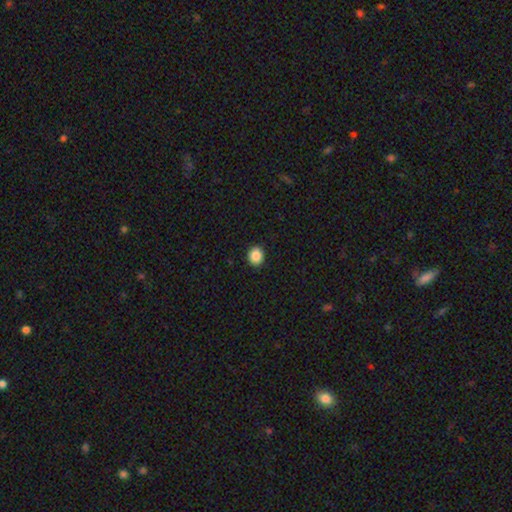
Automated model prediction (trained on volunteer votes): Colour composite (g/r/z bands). It shows a smooth galaxy with no disk features (88%) that is round (75%). Merging: none (91%).